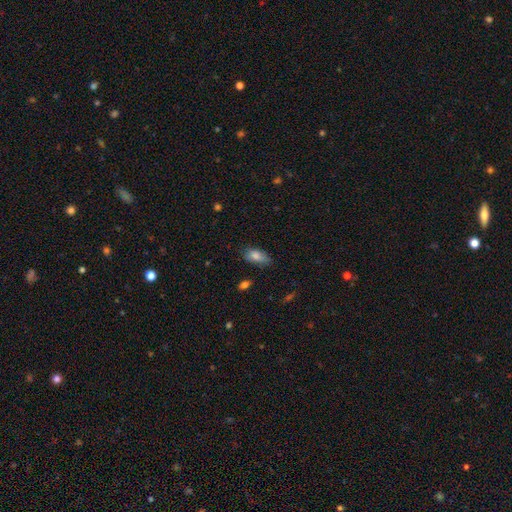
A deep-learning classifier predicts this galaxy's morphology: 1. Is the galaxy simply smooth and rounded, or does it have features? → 80% smooth, 12% featured or disk, 8% star or artifact.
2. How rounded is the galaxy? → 87% in between, 9% cigar-shaped, 4% round.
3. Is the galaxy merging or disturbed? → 73% none, 21% minor disturbance, 4% major disturbance, 2% merger.